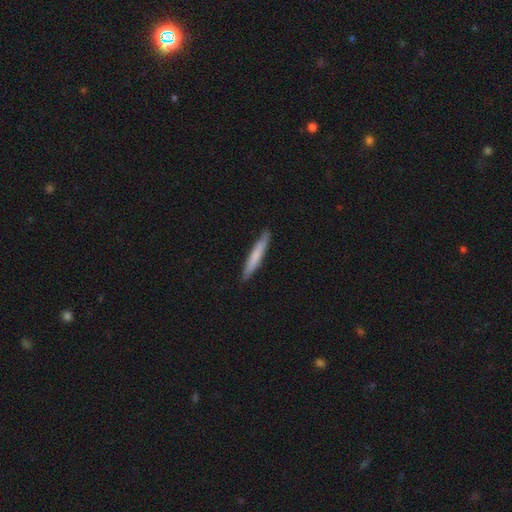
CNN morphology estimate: A smooth galaxy with no disk features (69%) that is cigar-shaped (95%).

Vote fractions:
- Smooth or featured? smooth: 69% / featured or disk: 25% / star or artifact: 5%
- How rounded? cigar-shaped: 95% / in between: 4% / round: 1%
- Merging? none: 90% / minor disturbance: 8% / major disturbance: 1% / merger: 1%